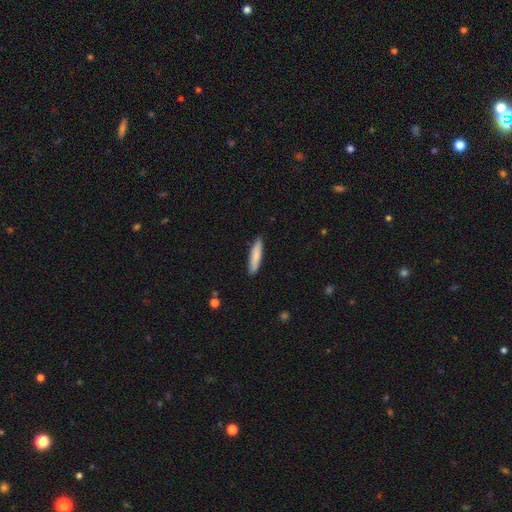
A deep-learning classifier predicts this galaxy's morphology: Overall: smooth (80%). How rounded: cigar-shaped (84%). Merging: none (87%).